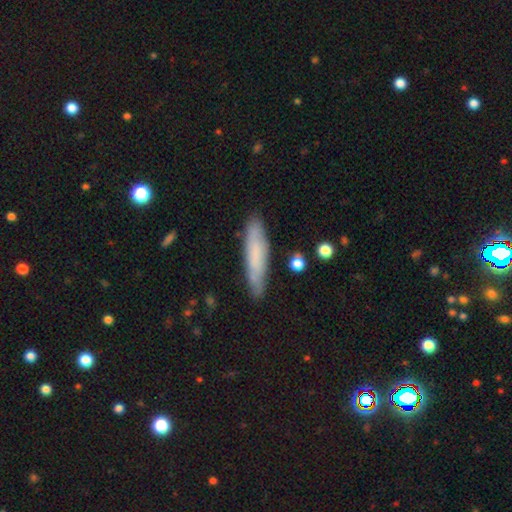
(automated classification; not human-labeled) This is likely a smooth galaxy (71%). How rounded: clearly cigar-shaped (83%). Merging: clearly none (84%).